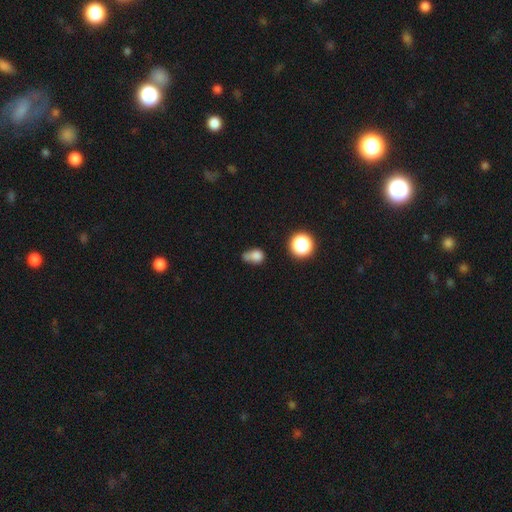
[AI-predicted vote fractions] smooth 76%, star or artifact 14%, featured or disk 10%. Down the decision tree: how rounded — round (56%); merging — none (35%).